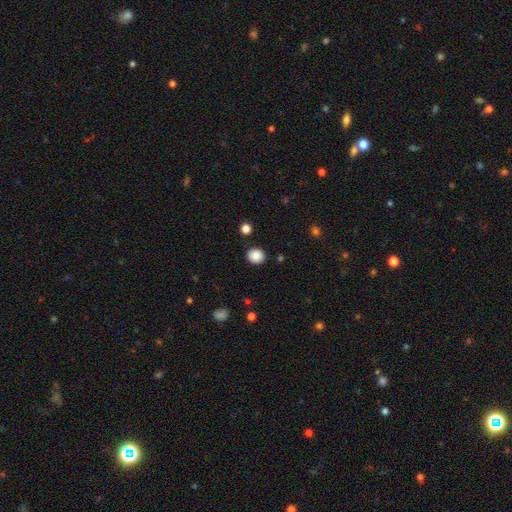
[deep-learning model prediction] Q: Smooth or featured?
A: smooth (87%); runner-up: star or artifact (9%)
Q: How rounded?
A: round (75%); runner-up: in between (24%)
Q: Merging?
A: none (88%); runner-up: minor disturbance (7%)